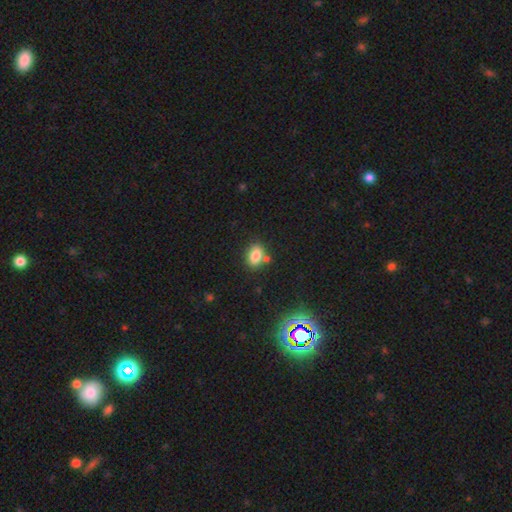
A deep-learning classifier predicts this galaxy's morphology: type=smooth (82%); roundness=in between (75%); merging=none (67%).